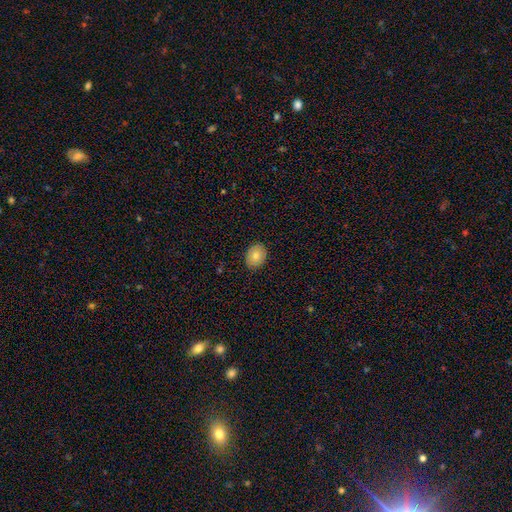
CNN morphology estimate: type=smooth (81%); roundness=in between (58%); merging=none (88%).